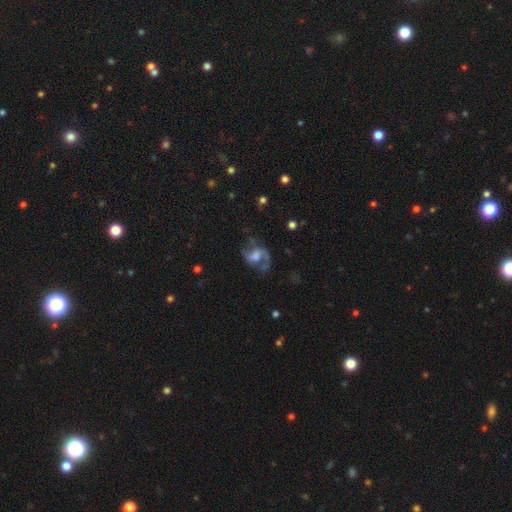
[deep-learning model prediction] Morphology: type=featured or disk (74%); edge-on=no (97%); bar=no (46%); spiral arms=yes (87%); winding=loose (49%); arm count=2 (80%); bulge=moderate (37%); merging=none (49%).